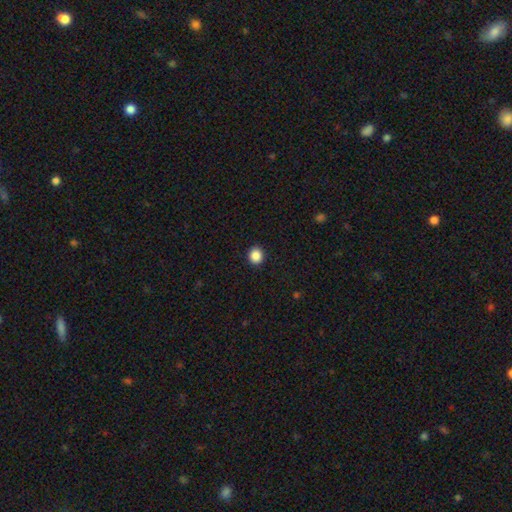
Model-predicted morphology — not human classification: Smooth or featured? smooth (88%)
How rounded? round (83%)
Merging? none (92%)